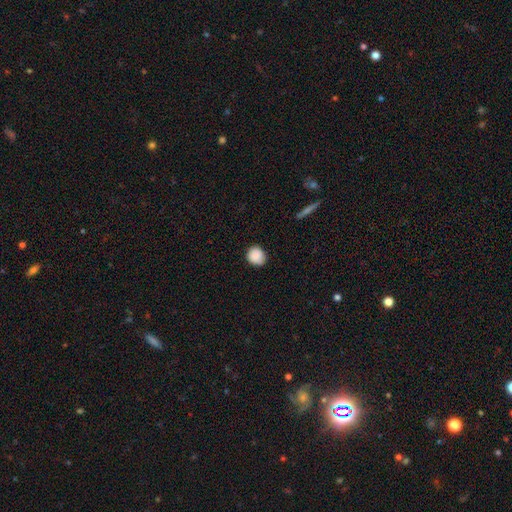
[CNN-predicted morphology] Smooth or featured?
  - smooth: 87% *
  - star or artifact: 8%
  - featured or disk: 5%
How rounded?
  - round: 77% *
  - in between: 22%
  - cigar-shaped: 1%
Merging?
  - none: 80% *
  - minor disturbance: 16%
  - major disturbance: 3%
  - merger: 1%